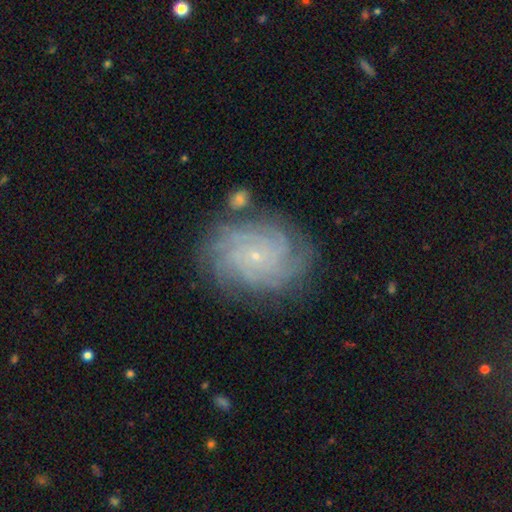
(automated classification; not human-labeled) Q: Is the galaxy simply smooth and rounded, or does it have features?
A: featured or disk — 84%.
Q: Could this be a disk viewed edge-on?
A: no — 97%.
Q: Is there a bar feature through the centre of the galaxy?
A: no — 80%.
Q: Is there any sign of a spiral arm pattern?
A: yes — 97%.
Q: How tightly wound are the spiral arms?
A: tight — 76%.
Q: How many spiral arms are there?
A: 4 — 28%.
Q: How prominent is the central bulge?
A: small — 89%.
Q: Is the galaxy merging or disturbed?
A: none — 79%.